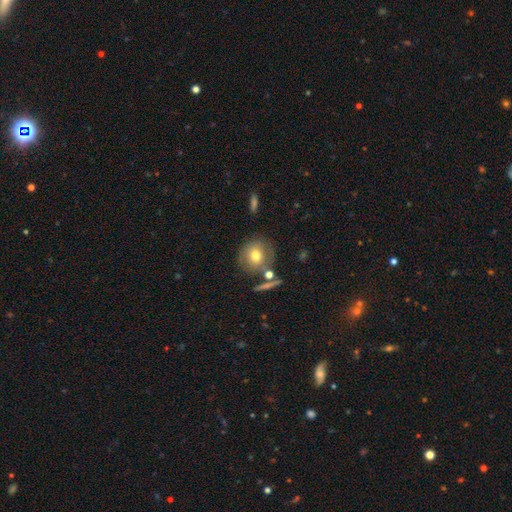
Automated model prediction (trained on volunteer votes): smooth-or-featured: smooth: 68% | featured or disk: 22% | star or artifact: 10%
  how-rounded: round: 86% | in between: 12% | cigar-shaped: 1%
  merging: none: 69% | minor disturbance: 14% | merger: 12% | major disturbance: 5%